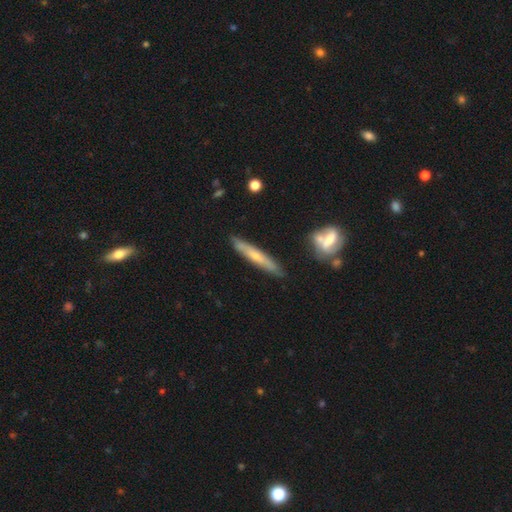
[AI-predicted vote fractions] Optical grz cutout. It shows a smooth galaxy with no disk features (50%) that is cigar-shaped (93%). Merging: none (82%).